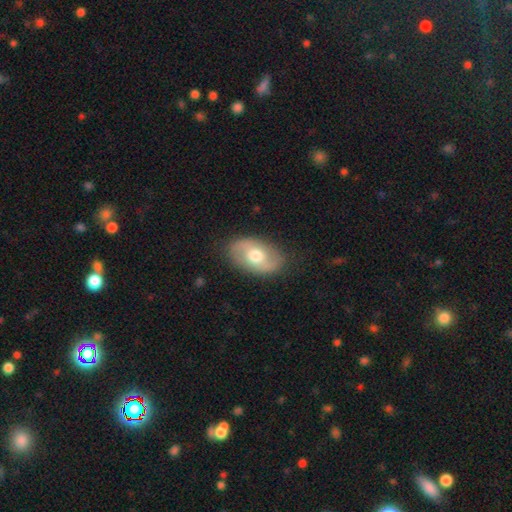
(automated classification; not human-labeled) This is possibly a featured or disk galaxy (53%). It is clearly not viewed edge-on (93%). Merging: clearly none (82%).